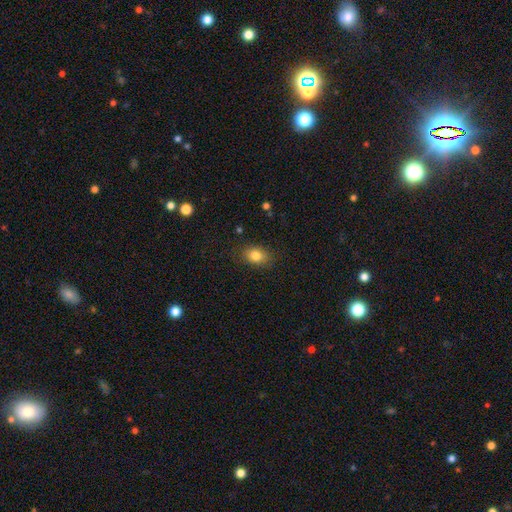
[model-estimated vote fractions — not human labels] This is clearly a smooth galaxy (82%). How rounded: likely in between (73%). Merging: clearly none (84%).